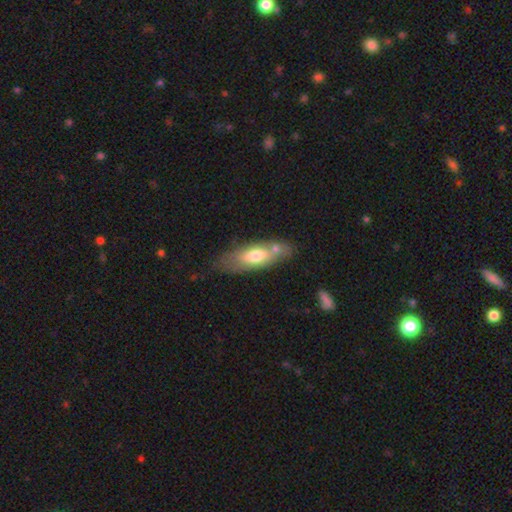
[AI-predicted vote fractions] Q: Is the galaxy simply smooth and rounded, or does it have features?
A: smooth — 59%.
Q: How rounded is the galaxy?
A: in between — 66%.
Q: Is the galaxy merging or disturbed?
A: none — 59%.